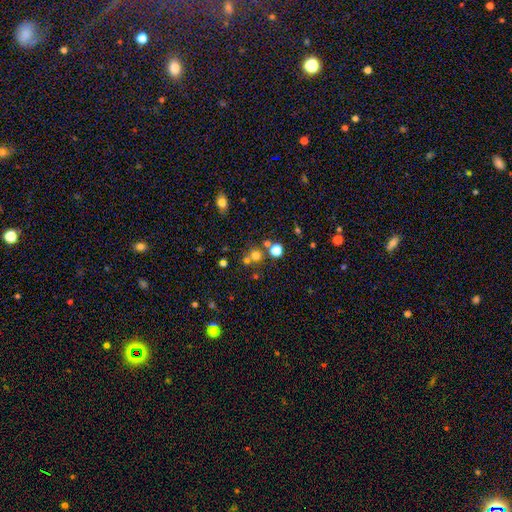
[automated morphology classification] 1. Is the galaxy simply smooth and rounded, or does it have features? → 65% smooth, 24% star or artifact, 11% featured or disk.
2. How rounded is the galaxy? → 88% round, 11% in between, 1% cigar-shaped.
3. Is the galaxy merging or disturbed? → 59% none, 30% merger, 7% minor disturbance, 4% major disturbance.